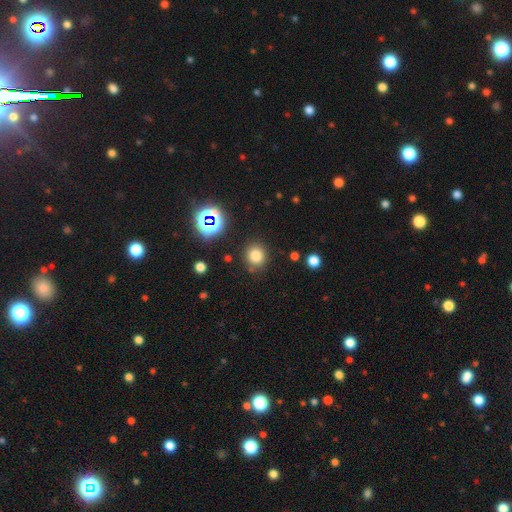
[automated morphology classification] Smooth or featured? smooth (76%)
How rounded? round (88%)
Merging? none (84%)